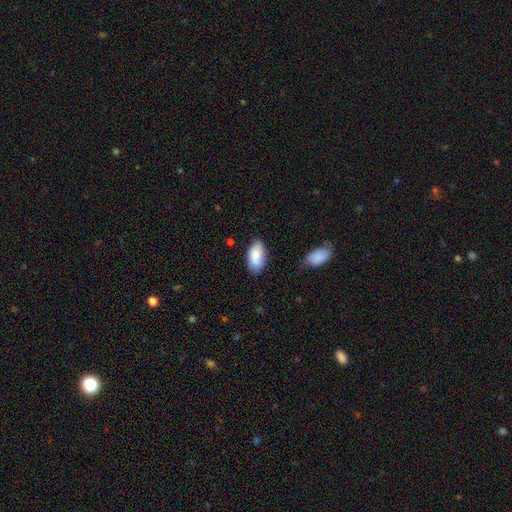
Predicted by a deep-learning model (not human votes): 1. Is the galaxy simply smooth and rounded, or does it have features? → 85% smooth, 9% featured or disk, 6% star or artifact.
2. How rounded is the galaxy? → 94% in between, 3% cigar-shaped, 3% round.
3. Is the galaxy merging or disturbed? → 77% none, 17% minor disturbance, 3% major disturbance, 3% merger.